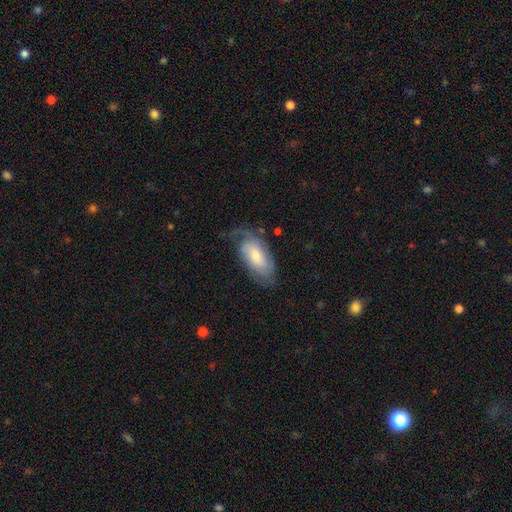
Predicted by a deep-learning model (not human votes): A featured or disk galaxy (58%) with no bar (62%), spiral arms (87%) and a moderate central bulge (46%). Merging: none (59%).